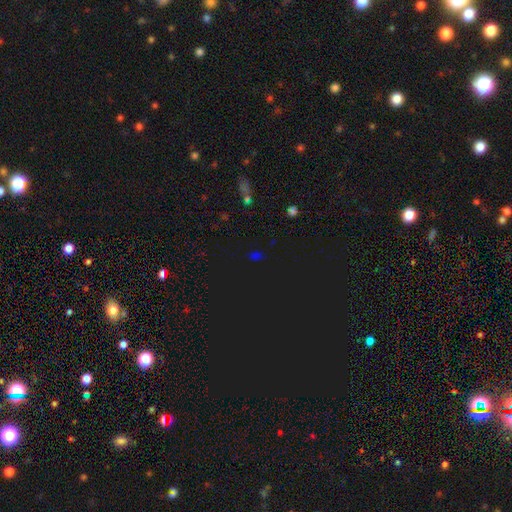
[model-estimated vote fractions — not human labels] Smooth or featured: star or artifact — 64% (smooth — 30%)